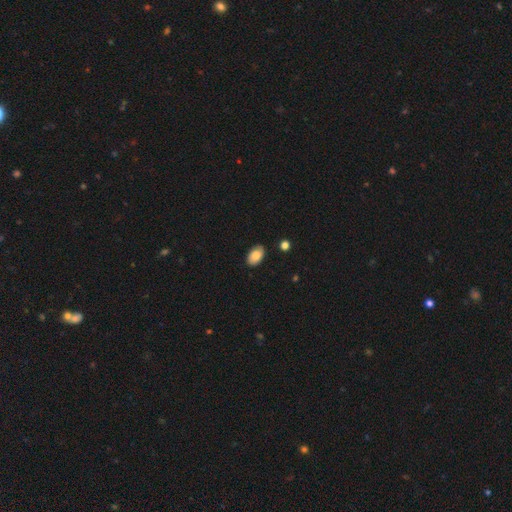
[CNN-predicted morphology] The model was most divided on "merging": none: 83%, minor disturbance: 13%, major disturbance: 2%, merger: 2%. More confident: how rounded — in between (92%); smooth or featured — smooth (82%).